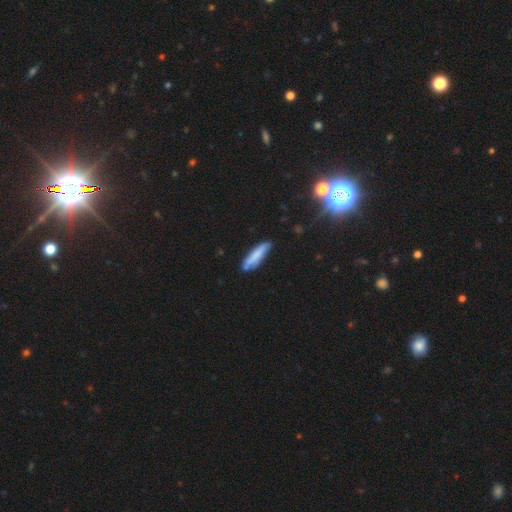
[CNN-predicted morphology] This is likely a smooth galaxy (71%). How rounded: likely cigar-shaped (80%). Merging: likely none (75%).